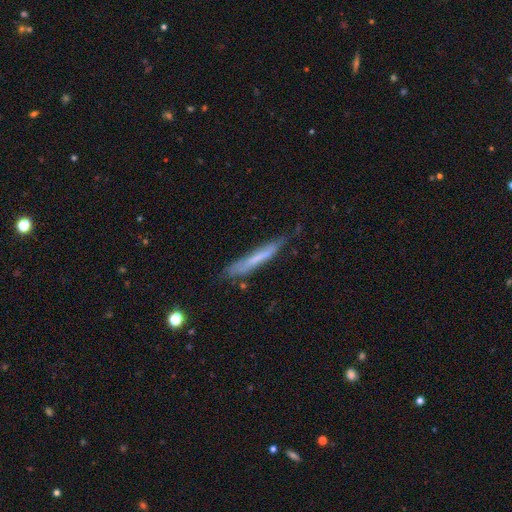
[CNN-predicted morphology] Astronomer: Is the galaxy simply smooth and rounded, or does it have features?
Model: smooth — 51% (runner-up: featured or disk, 39%).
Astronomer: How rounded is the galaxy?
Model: cigar-shaped — 95%.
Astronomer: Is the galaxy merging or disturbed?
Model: none — 71%.